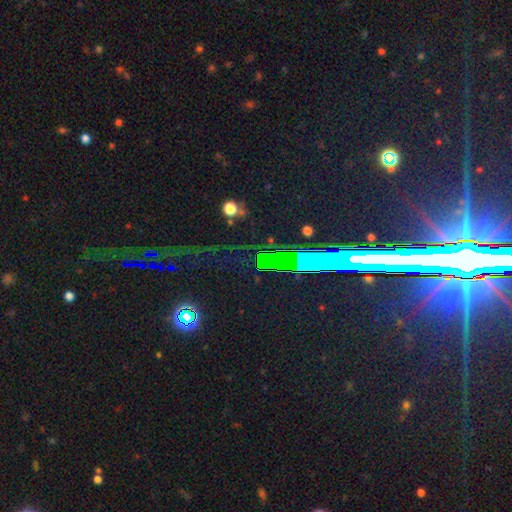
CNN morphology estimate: Smooth or featured?
  - star or artifact: 78% *
  - featured or disk: 13%
  - smooth: 8%